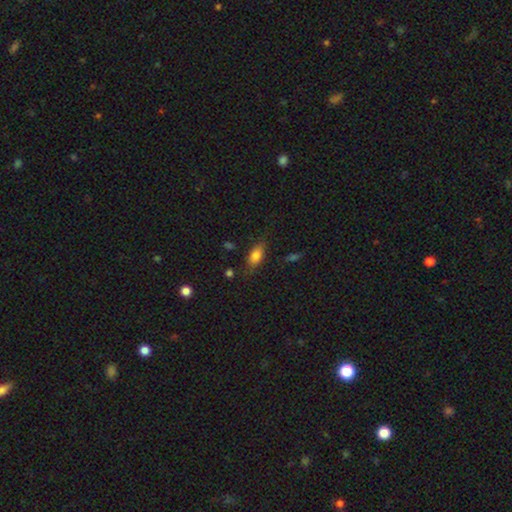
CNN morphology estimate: smooth 78%, featured or disk 13%, star or artifact 9%. Down the decision tree: how rounded — in between (85%); merging — none (74%).